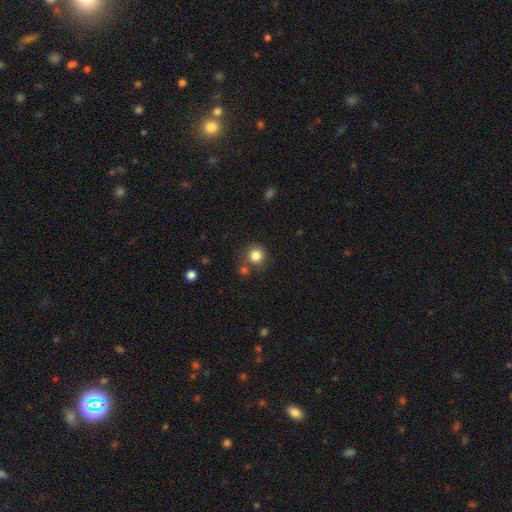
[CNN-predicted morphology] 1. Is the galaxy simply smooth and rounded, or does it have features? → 84% smooth, 11% star or artifact, 5% featured or disk.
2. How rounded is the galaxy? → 92% round, 7% in between, 1% cigar-shaped.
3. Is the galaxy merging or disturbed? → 74% none, 11% merger, 11% minor disturbance, 4% major disturbance.